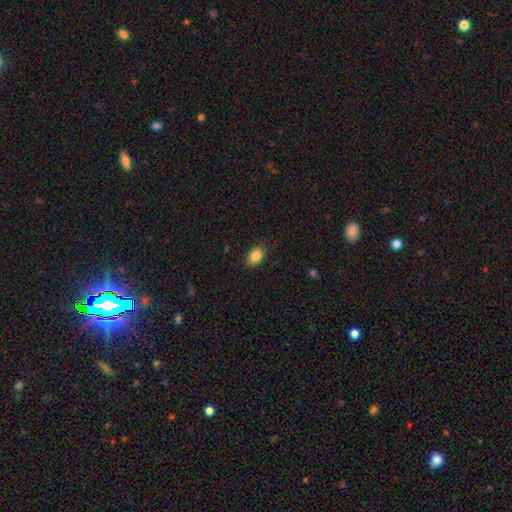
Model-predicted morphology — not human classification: A smooth galaxy with no disk features (85%) that is in between round and cigar-shaped (78%).

Vote fractions:
- Smooth or featured? smooth: 85% / star or artifact: 9% / featured or disk: 6%
- How rounded? in between: 78% / round: 21% / cigar-shaped: 1%
- Merging? none: 87% / minor disturbance: 10% / major disturbance: 2% / merger: 1%